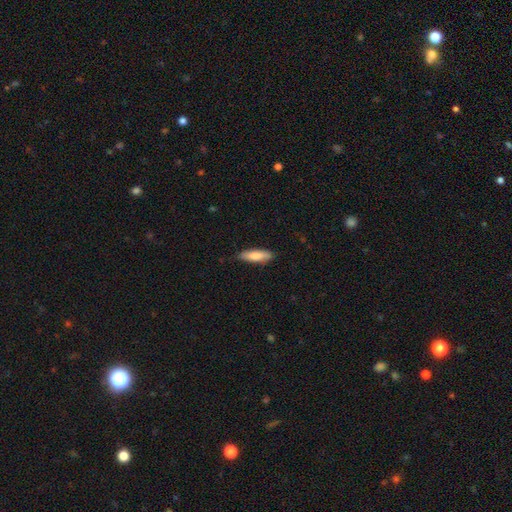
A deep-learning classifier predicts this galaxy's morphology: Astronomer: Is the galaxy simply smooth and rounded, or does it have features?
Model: smooth — 81%.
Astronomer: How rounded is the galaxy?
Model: cigar-shaped — 57% (runner-up: in between, 41%).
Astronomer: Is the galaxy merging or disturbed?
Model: none — 83%.